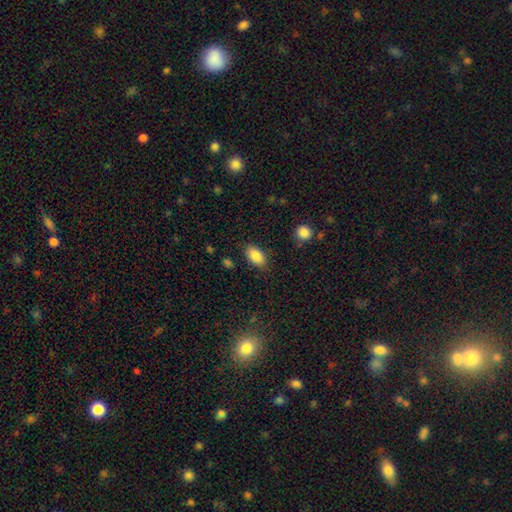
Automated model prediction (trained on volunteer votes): Smooth or featured?
  - smooth: 87% *
  - star or artifact: 8%
  - featured or disk: 6%
How rounded?
  - in between: 91% *
  - round: 6%
  - cigar-shaped: 2%
Merging?
  - none: 84% *
  - minor disturbance: 12%
  - major disturbance: 3%
  - merger: 2%